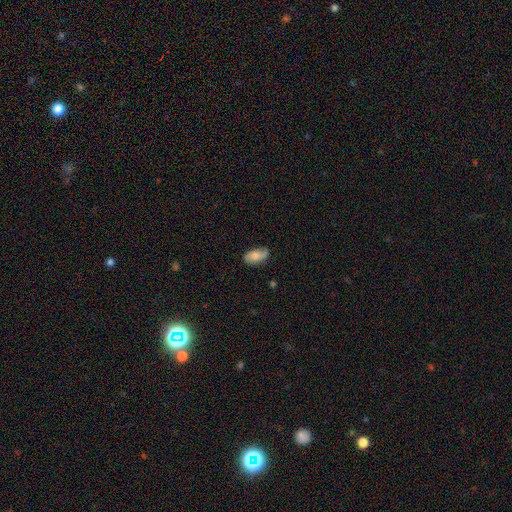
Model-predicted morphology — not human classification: Smooth or featured: smooth — 56% (featured or disk — 36%)
How rounded: in between — 92% (round — 5%)
Merging: none — 73% (minor disturbance — 20%)